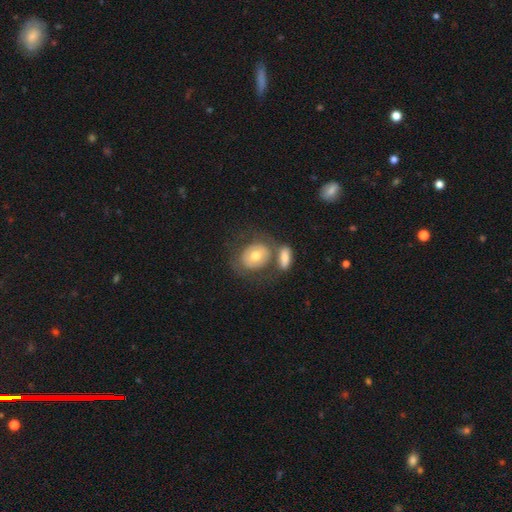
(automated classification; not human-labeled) Overall: smooth (56%; featured or disk 36%). How rounded: in between (49%, tied with round). Merging: none (50%; merger 28%).